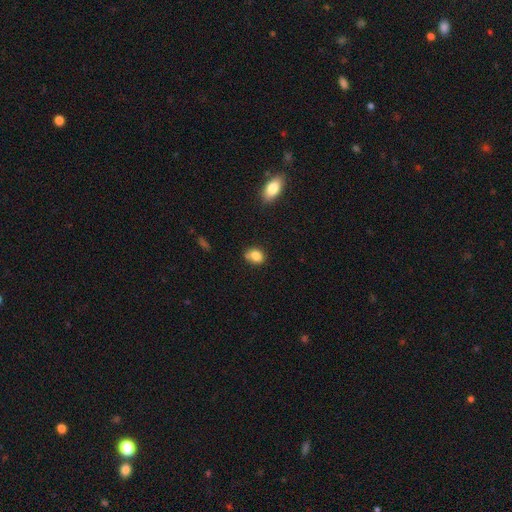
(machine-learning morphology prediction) A smooth galaxy with no disk features (82%) that is round (51%). Merging: none (59%).